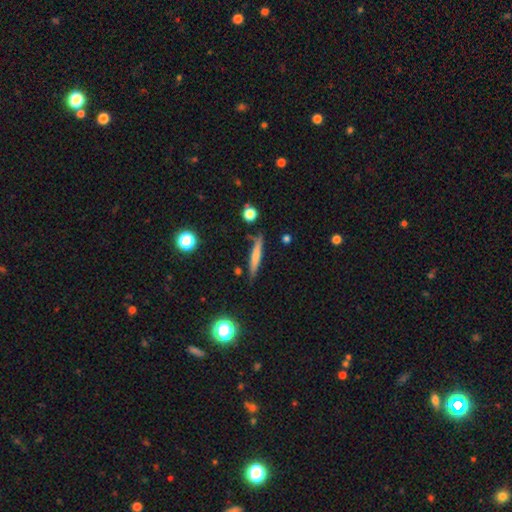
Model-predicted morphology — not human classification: The model was most divided on "smooth or featured": smooth: 62%, featured or disk: 31%, star or artifact: 8%. More confident: how rounded — cigar-shaped (92%); merging — none (79%).